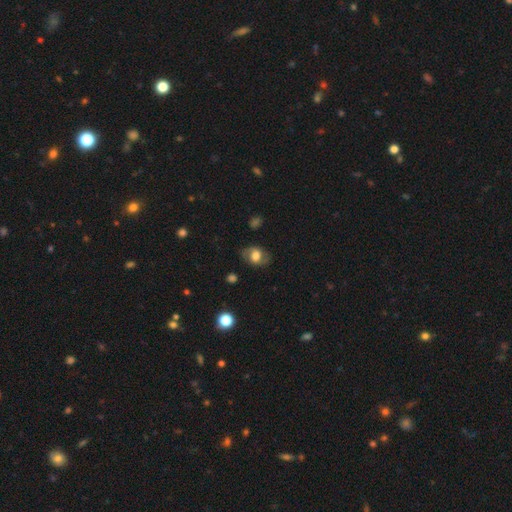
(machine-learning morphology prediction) The model was most divided on "smooth or featured": smooth: 56%, featured or disk: 36%, star or artifact: 9%. More confident: merging — none (73%); how rounded — in between (68%).